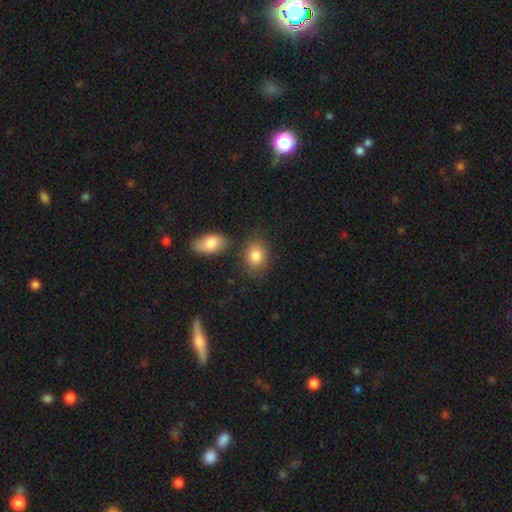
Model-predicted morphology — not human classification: Smooth or featured: smooth — 85% (featured or disk — 8%)
How rounded: in between — 69% (round — 29%)
Merging: none — 71% (minor disturbance — 14%)